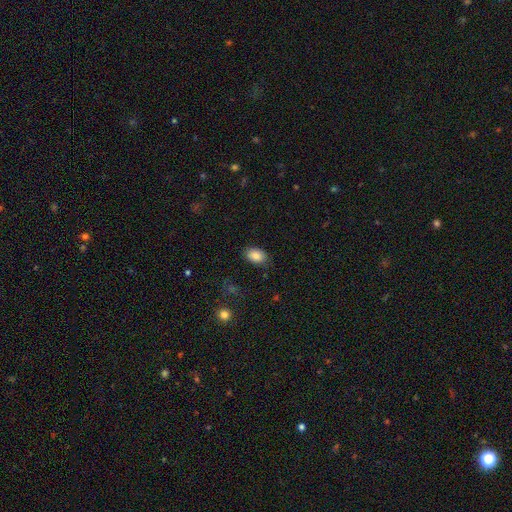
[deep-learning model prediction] This appears to be a smooth galaxy with no disk features (87%) that is in between round and cigar-shaped (87%). Merging: none (83%).